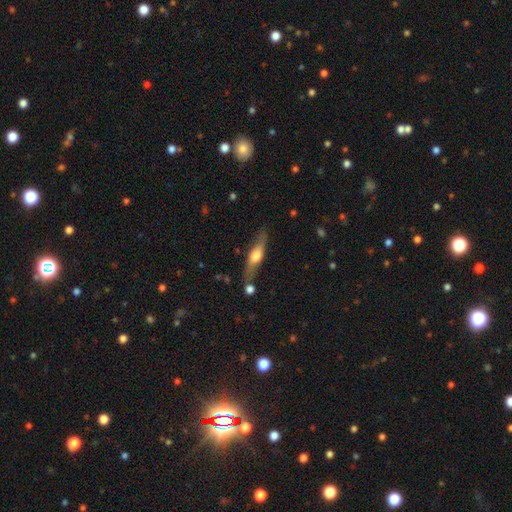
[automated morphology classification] A featured or disk galaxy (52%) viewed edge-on (85%). Merging: none (74%).